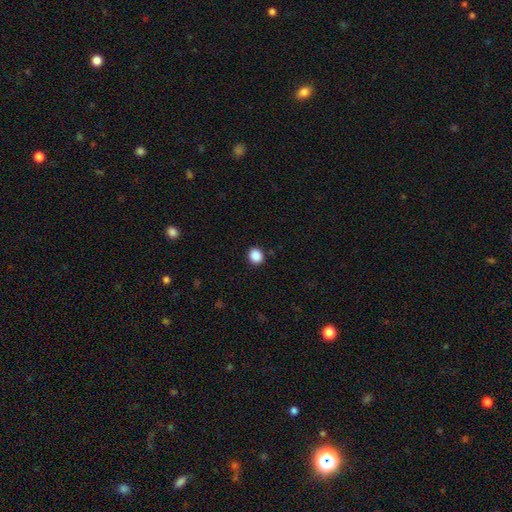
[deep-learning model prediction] Morphology: type=smooth (88%); roundness=round (81%); merging=none (91%).